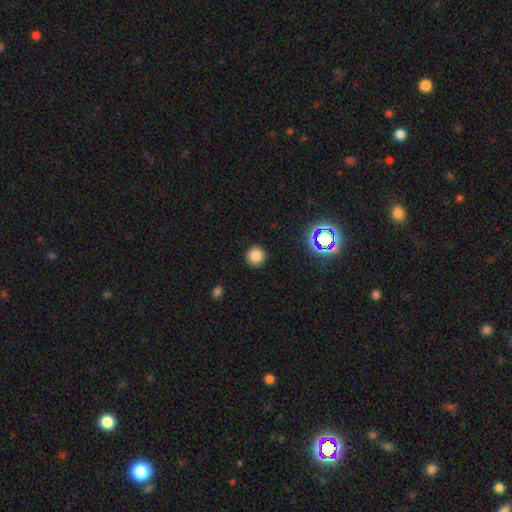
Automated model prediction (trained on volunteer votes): Smooth or featured? smooth (82%)
How rounded? round (95%)
Merging? none (92%)